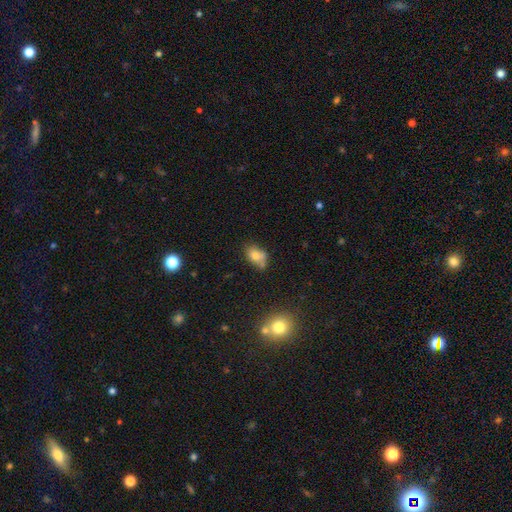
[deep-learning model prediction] The model was most divided on "merging": none: 47%, minor disturbance: 27%, merger: 18%, major disturbance: 8%. More confident: how rounded — in between (78%); smooth or featured — smooth (73%).